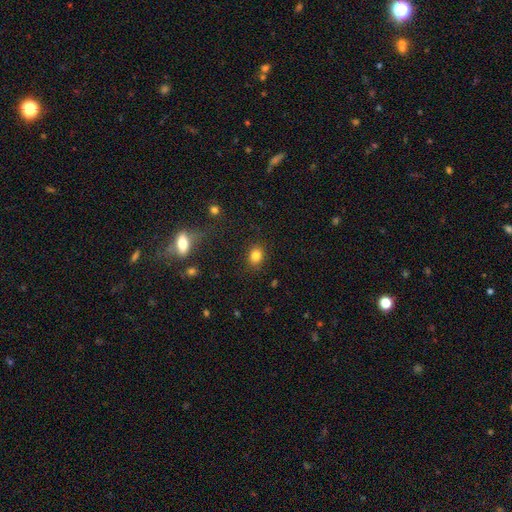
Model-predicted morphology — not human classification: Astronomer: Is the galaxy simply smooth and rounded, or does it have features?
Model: smooth — 84%.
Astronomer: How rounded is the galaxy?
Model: round — 55% (runner-up: in between, 44%).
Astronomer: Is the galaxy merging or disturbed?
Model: none — 86%.